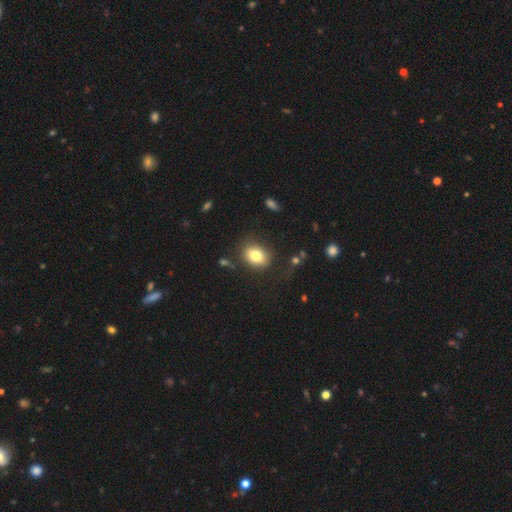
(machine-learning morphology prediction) type=smooth (80%); roundness=in between (63%); merging=none (79%).